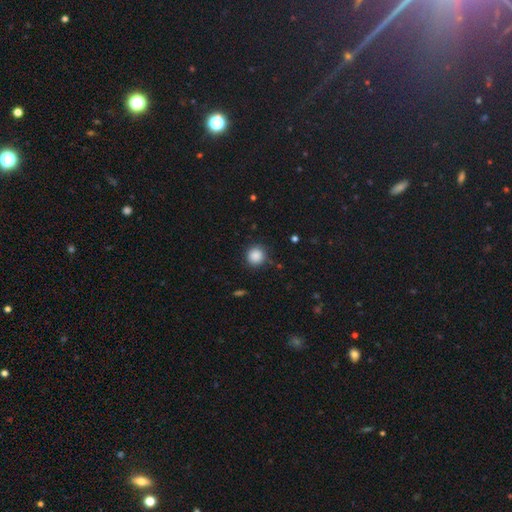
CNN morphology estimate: Smooth or featured?
  - smooth: 87% *
  - star or artifact: 9%
  - featured or disk: 3%
How rounded?
  - round: 93% *
  - in between: 6%
  - cigar-shaped: 1%
Merging?
  - none: 84% *
  - minor disturbance: 11%
  - major disturbance: 3%
  - merger: 1%